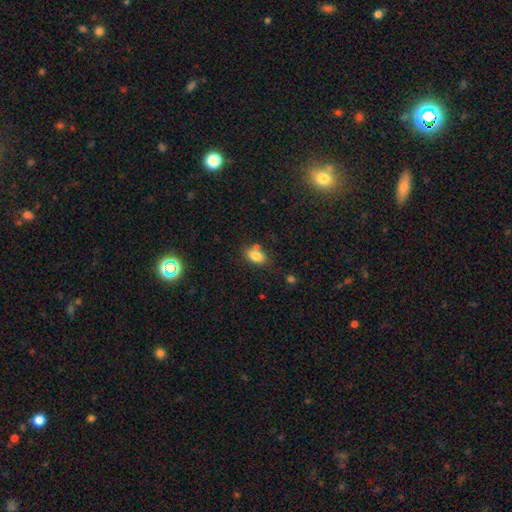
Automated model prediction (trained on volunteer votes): Smooth or featured?
  - smooth: 82% *
  - star or artifact: 10%
  - featured or disk: 8%
How rounded?
  - in between: 86% *
  - round: 12%
  - cigar-shaped: 3%
Merging?
  - none: 65% *
  - minor disturbance: 15%
  - merger: 15%
  - major disturbance: 4%